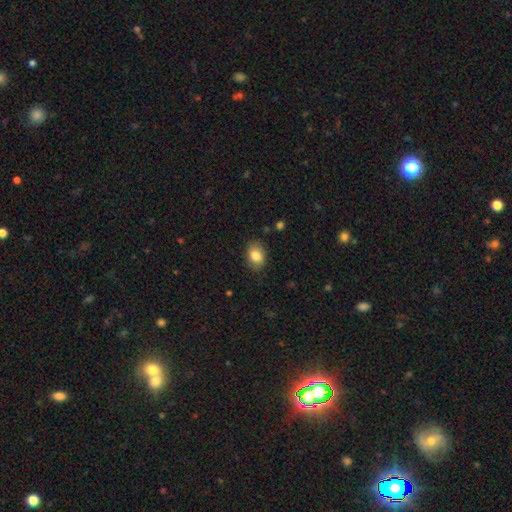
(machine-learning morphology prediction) smooth 83%, featured or disk 8%, star or artifact 8%. Down the decision tree: how rounded — in between (75%); merging — none (84%).